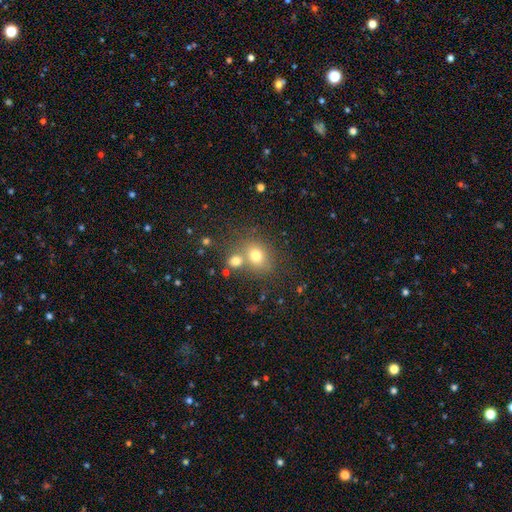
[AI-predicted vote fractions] This appears to be a smooth galaxy with no disk features (73%) that is round (59%). Merging: none (50%).